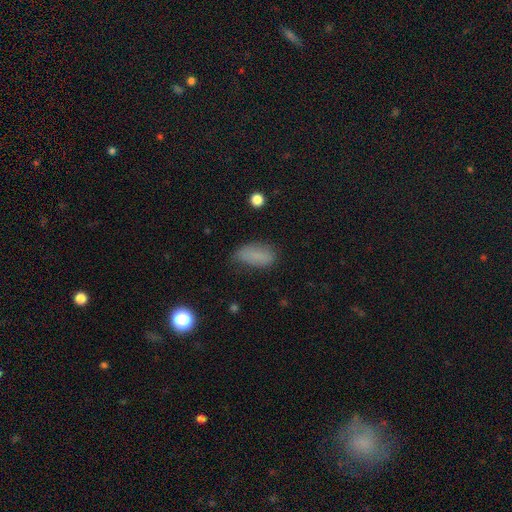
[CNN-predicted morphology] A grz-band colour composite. It shows a smooth galaxy with no disk features (81%) that is in between round and cigar-shaped (87%). Merging: none (64%).